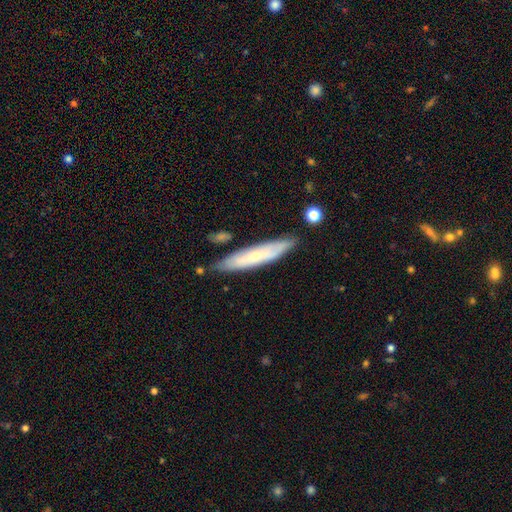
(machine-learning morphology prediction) Smooth or featured? Predicted: featured or disk (p=0.49). Merging? Predicted: none (p=0.78).